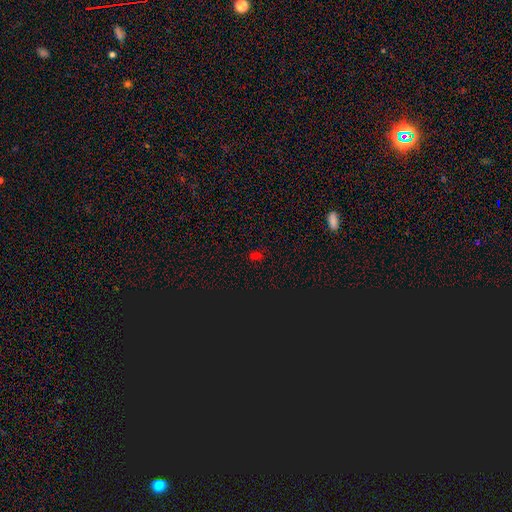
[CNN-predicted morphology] Q: Smooth or featured?
A: smooth (49%); runner-up: star or artifact (46%)
Q: Merging?
A: none (80%); runner-up: minor disturbance (12%)